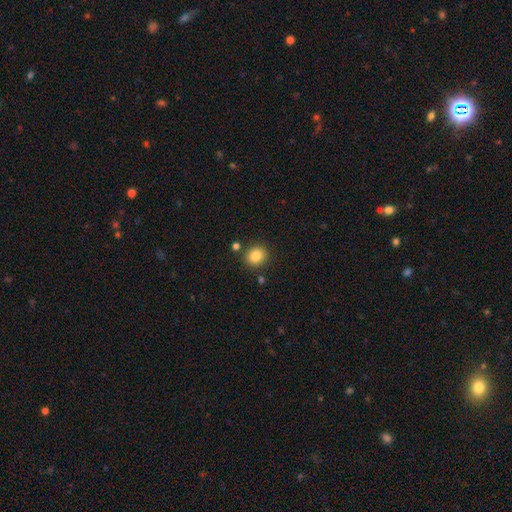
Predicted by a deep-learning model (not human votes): Smooth or featured? smooth (85%)
How rounded? round (78%)
Merging? none (84%)